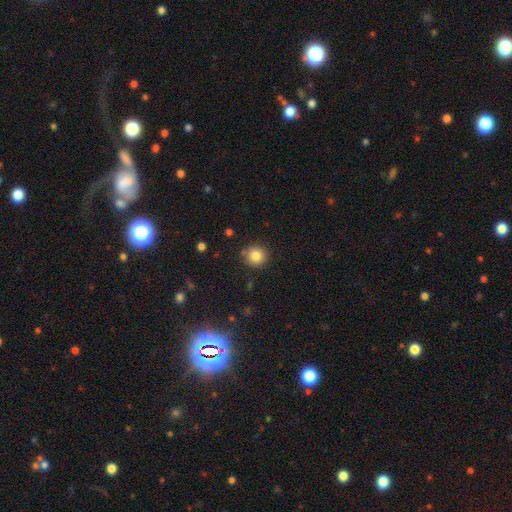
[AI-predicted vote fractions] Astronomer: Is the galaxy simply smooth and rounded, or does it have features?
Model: smooth — 84%.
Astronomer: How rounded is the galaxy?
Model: round — 93%.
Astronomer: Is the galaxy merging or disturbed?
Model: none — 87%.